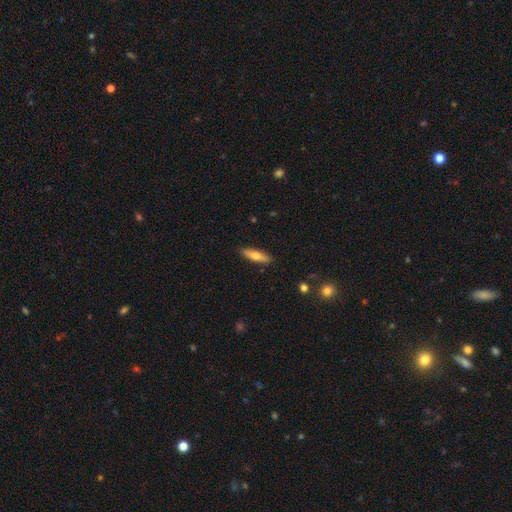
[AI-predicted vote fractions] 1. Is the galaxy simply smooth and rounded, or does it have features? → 70% smooth, 24% featured or disk, 6% star or artifact.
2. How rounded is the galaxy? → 64% cigar-shaped, 34% in between, 2% round.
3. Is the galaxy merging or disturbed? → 89% none, 8% minor disturbance, 2% major disturbance, 1% merger.